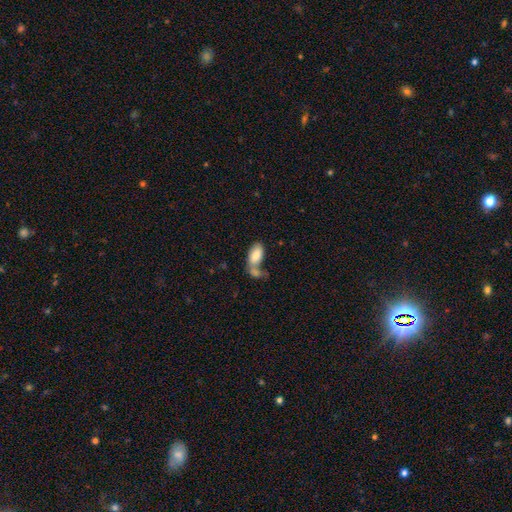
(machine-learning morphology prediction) A smooth galaxy with no disk features (79%) that is in between round and cigar-shaped (93%). Merging: merger (49%).